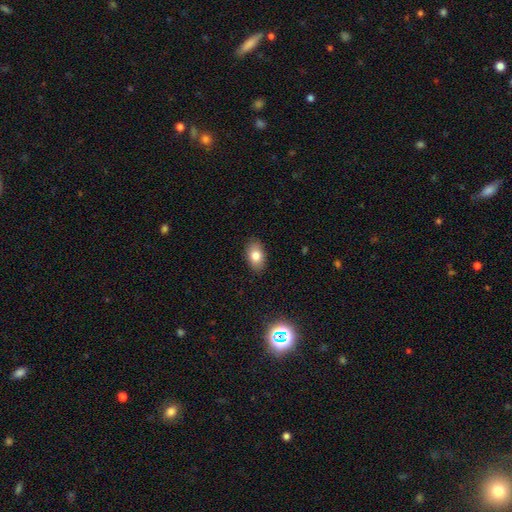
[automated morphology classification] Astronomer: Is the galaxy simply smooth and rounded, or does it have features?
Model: smooth — 80%.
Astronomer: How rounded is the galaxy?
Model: in between — 88%.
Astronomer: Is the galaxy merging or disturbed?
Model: none — 87%.